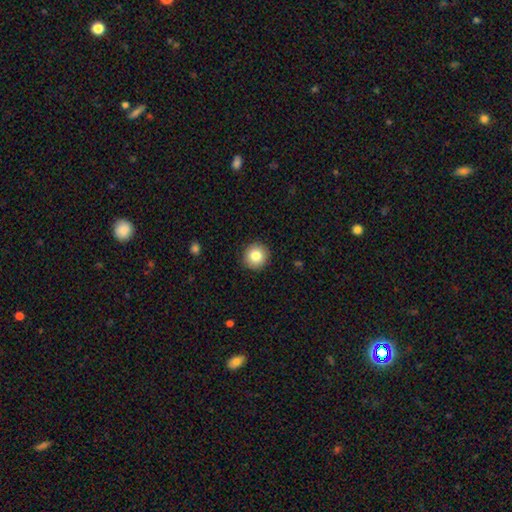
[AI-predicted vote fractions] The model was most divided on "smooth or featured": smooth: 82%, star or artifact: 10%, featured or disk: 9%. More confident: how rounded — round (94%); merging — none (92%).